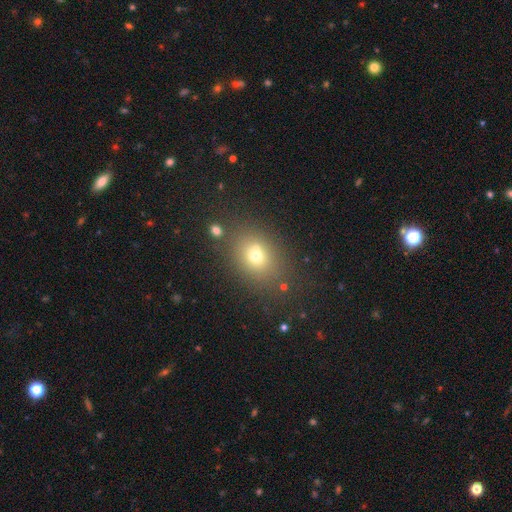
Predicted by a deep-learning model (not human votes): smooth-or-featured: smooth: 66% | star or artifact: 18% | featured or disk: 17%
  how-rounded: in between: 51% | round: 48% | cigar-shaped: 1%
  merging: none: 62% | merger: 21% | minor disturbance: 12% | major disturbance: 5%